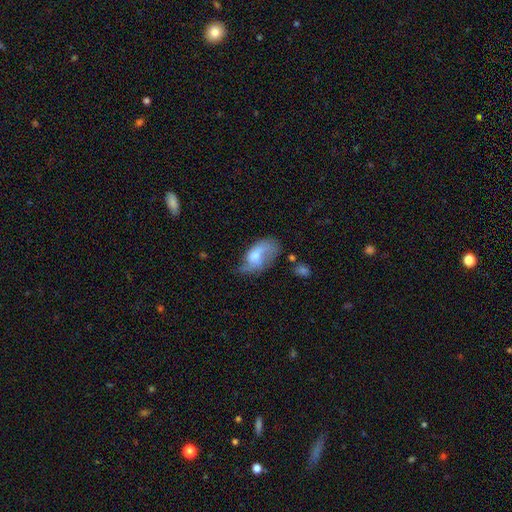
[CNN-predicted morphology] This appears to be a featured or disk galaxy (50%). Merging: none (35%).